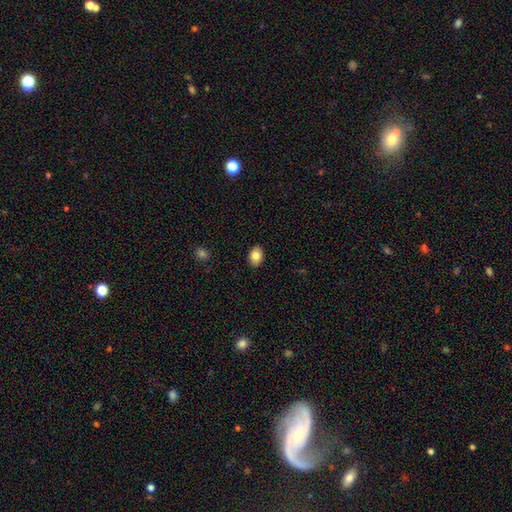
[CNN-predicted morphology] This appears to be a smooth galaxy with no disk features (84%) that is in between round and cigar-shaped (77%). Merging: none (89%).